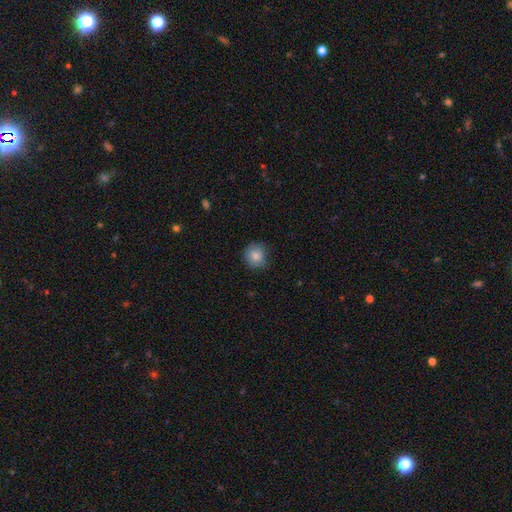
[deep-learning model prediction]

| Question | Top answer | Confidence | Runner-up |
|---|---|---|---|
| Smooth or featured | smooth | 84% | star or artifact (9%) |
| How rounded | round | 90% | in between (9%) |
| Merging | none | 80% | minor disturbance (16%) |